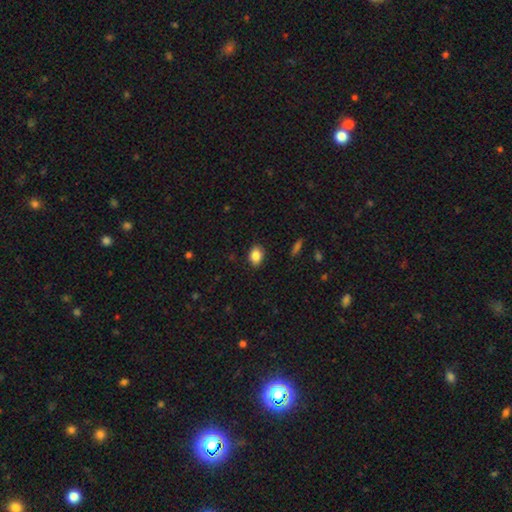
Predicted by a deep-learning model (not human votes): A smooth galaxy with no disk features (86%) that is in between round and cigar-shaped (70%).

Vote fractions:
- Smooth or featured? smooth: 86% / star or artifact: 8% / featured or disk: 6%
- How rounded? in between: 70% / round: 29% / cigar-shaped: 1%
- Merging? none: 88% / minor disturbance: 9% / major disturbance: 2% / merger: 1%